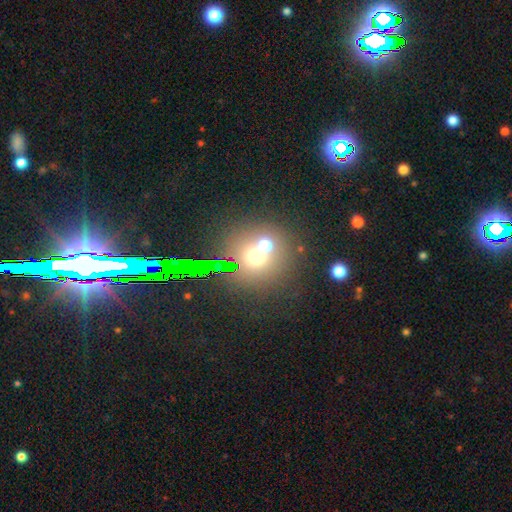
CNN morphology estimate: A smooth galaxy with no disk features (56%) that is round (87%). Merging: none (51%).